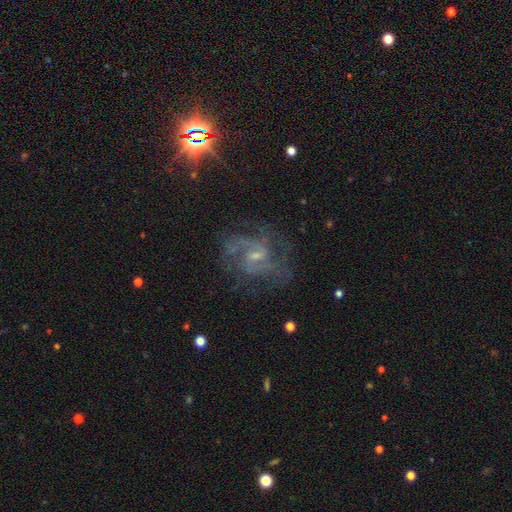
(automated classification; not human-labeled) A featured or disk galaxy (80%) with a weak bar (55%), 2 (46%) medium (51%) spiral arms (89%) and a small central bulge (62%). Merging: none (61%).